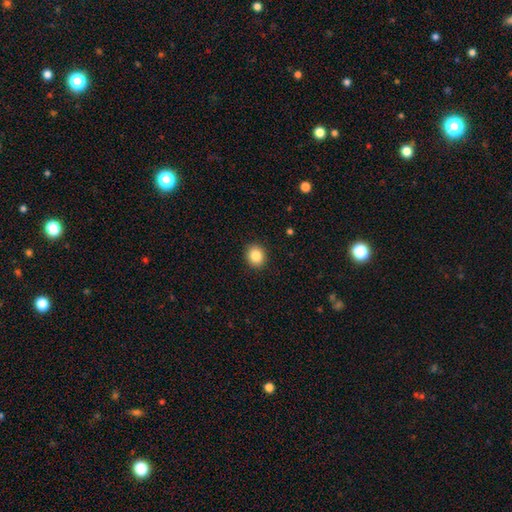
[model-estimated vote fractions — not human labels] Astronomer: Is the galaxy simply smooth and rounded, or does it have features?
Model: smooth — 86%.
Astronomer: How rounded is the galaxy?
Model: round — 73%.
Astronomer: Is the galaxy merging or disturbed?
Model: none — 91%.